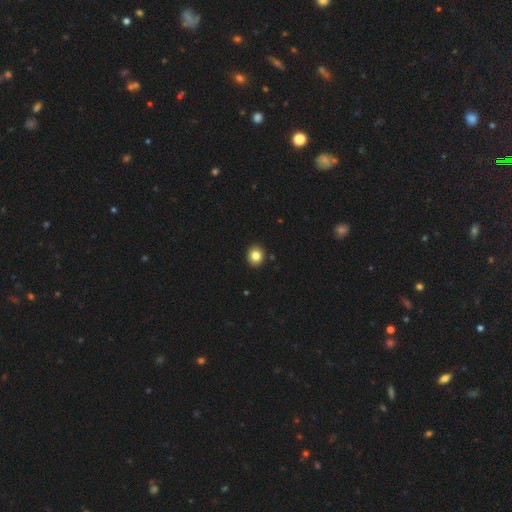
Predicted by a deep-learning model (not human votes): A smooth galaxy with no disk features (83%) that is round (77%). Merging: none (92%).